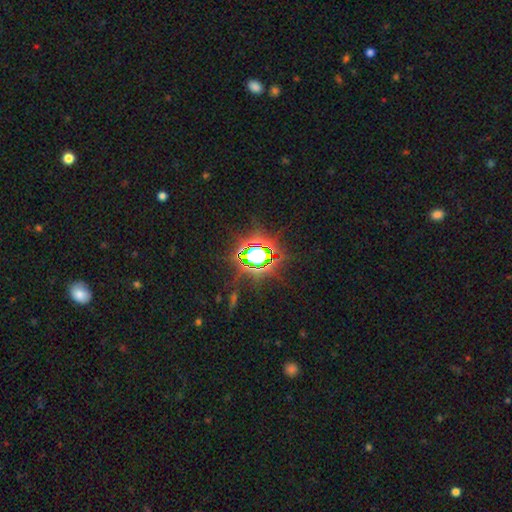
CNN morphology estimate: Q: Smooth or featured?
A: star or artifact (79%); runner-up: smooth (12%)